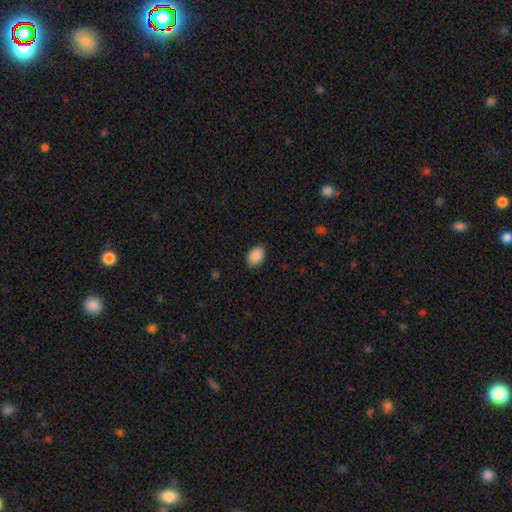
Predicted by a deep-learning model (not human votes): This is clearly a smooth galaxy (90%). How rounded: clearly in between (82%). Merging: clearly none (83%).